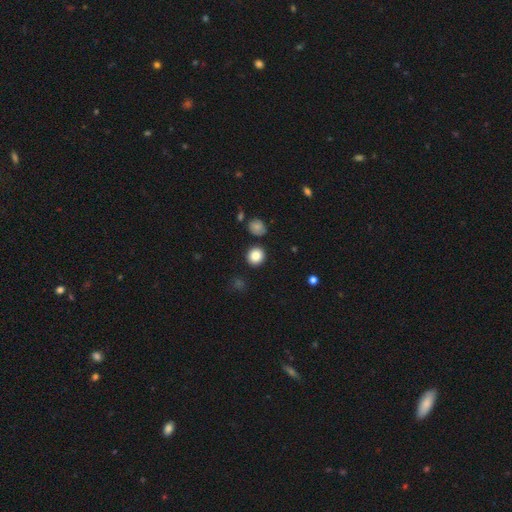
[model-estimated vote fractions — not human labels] A smooth galaxy with no disk features (85%) that is round (87%). Merging: none (88%).